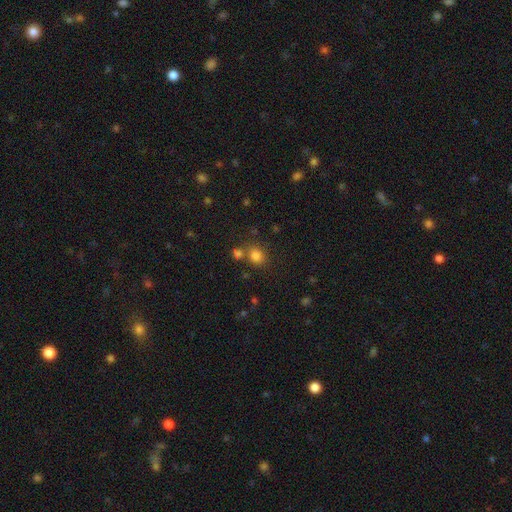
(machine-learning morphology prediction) type=smooth (81%); roundness=round (66%); merging=none (67%).